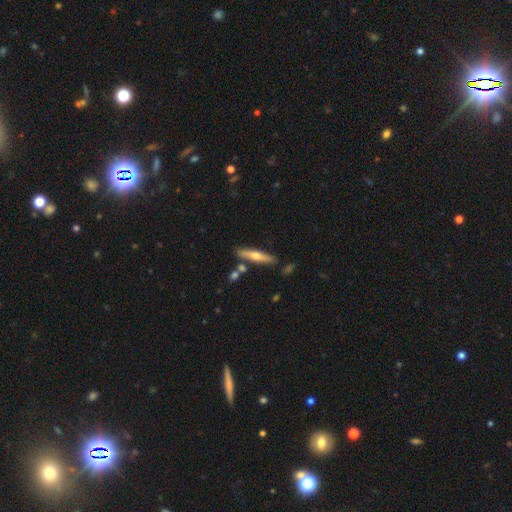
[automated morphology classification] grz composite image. It shows a featured or disk galaxy (50%). Merging: none (81%).